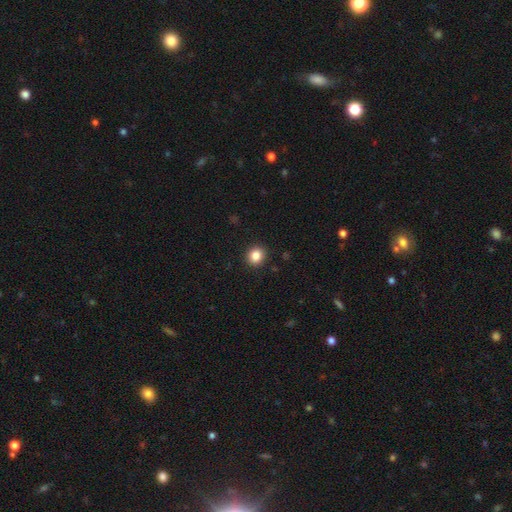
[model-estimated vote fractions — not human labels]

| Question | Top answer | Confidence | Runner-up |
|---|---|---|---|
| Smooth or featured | smooth | 85% | star or artifact (10%) |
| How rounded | round | 84% | in between (16%) |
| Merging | none | 91% | minor disturbance (6%) |